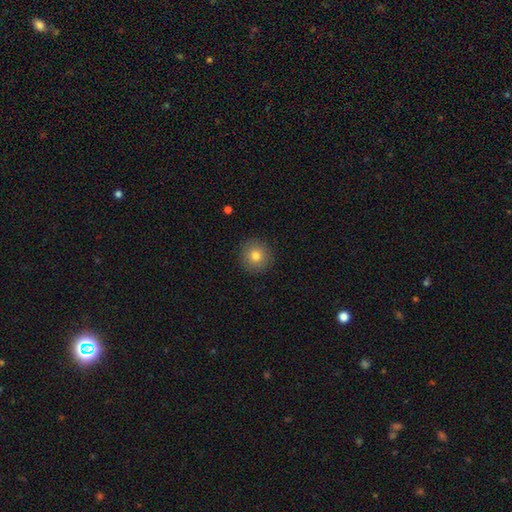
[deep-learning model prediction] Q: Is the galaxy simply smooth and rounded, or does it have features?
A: smooth — 79%.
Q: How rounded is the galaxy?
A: round — 95%.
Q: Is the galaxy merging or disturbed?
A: none — 91%.